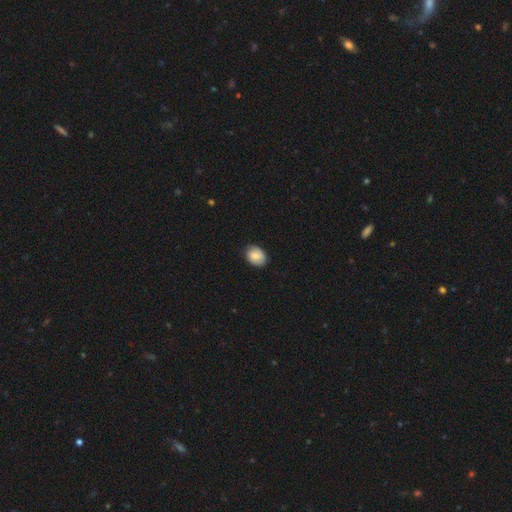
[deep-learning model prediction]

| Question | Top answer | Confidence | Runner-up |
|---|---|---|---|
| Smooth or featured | smooth | 73% | featured or disk (19%) |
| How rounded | in between | 65% | round (34%) |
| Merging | none | 81% | minor disturbance (15%) |